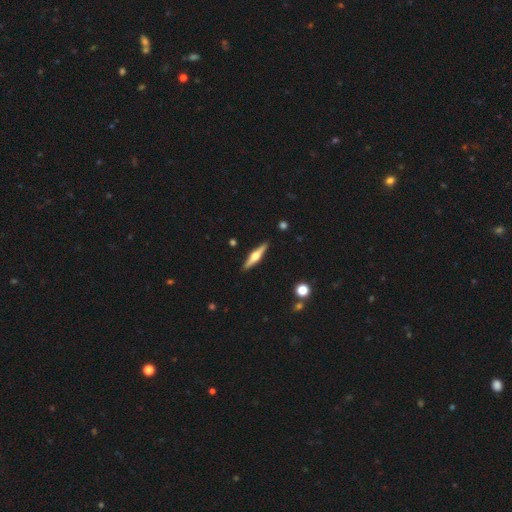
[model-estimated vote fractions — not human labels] A featured or disk galaxy (69%) viewed edge-on (97%) with a rounded central bulge (93%).

Vote fractions:
- Smooth or featured? featured or disk: 69% / smooth: 25% / star or artifact: 5%
- Edge-on disk? yes: 97% / no: 3%
- Edge-on bulge? rounded: 93% / boxy: 5% / none: 2%
- Merging? none: 91% / minor disturbance: 6% / major disturbance: 1% / merger: 1%